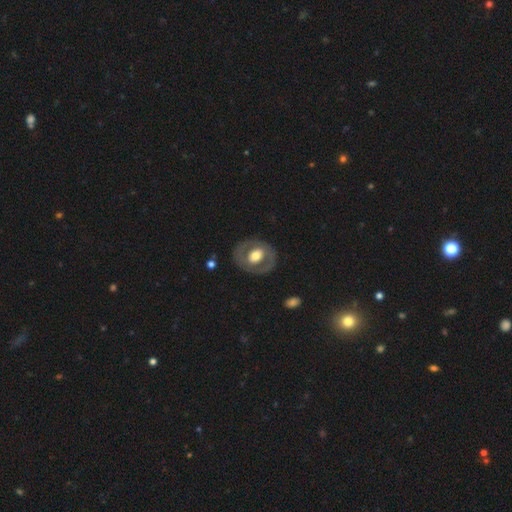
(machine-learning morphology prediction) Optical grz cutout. It shows a featured or disk galaxy (55%) with no bar (65%), no spiral arms (78%) and a moderate central bulge (54%). Merging: none (80%).